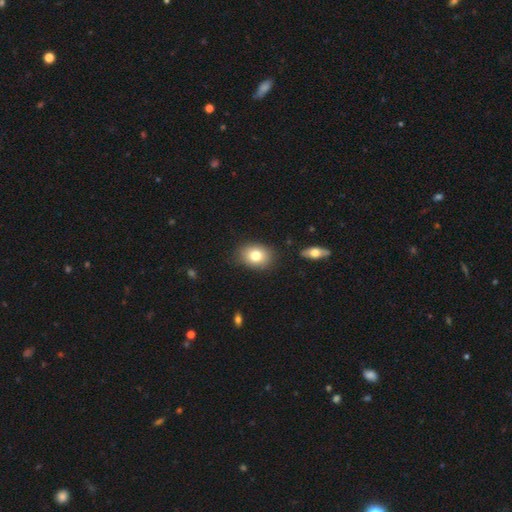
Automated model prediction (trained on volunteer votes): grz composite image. It shows a smooth galaxy with no disk features (79%) that is in between round and cigar-shaped (58%). Merging: none (84%).